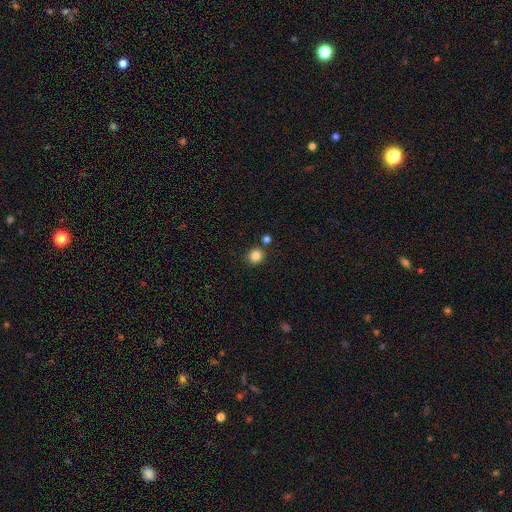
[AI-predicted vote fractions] smooth_or_featured: smooth (p=0.84) [alt: star or artifact p=0.11]
how_rounded: round (p=0.87) [alt: in between p=0.12]
merging: none (p=0.81) [alt: minor disturbance p=0.08]